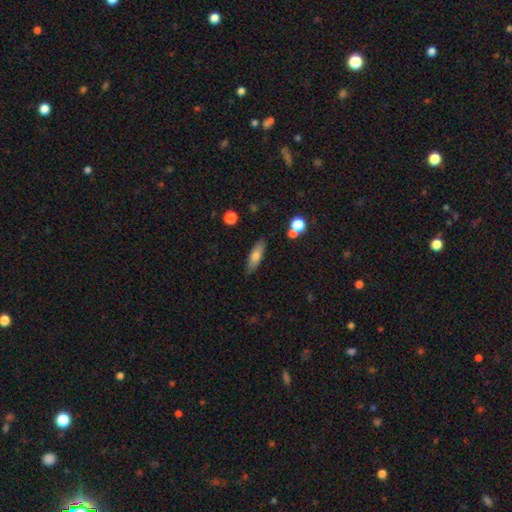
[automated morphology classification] Smooth or featured: smooth — 74% (featured or disk — 19%)
How rounded: in between — 55% (cigar-shaped — 42%)
Merging: none — 82% (minor disturbance — 11%)